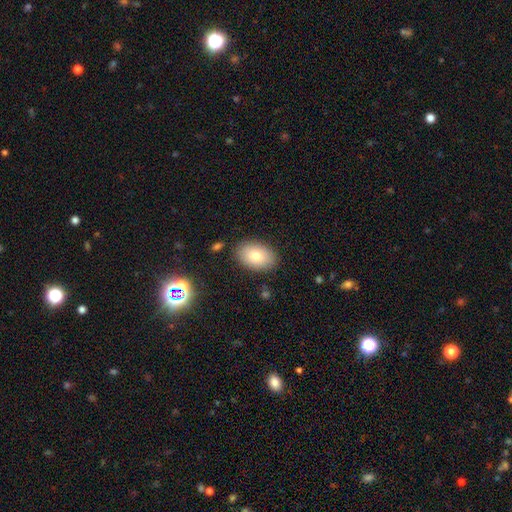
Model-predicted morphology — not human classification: smooth-or-featured: smooth: 78% | featured or disk: 13% | star or artifact: 9%
  how-rounded: in between: 83% | round: 16% | cigar-shaped: 1%
  merging: none: 86% | minor disturbance: 10% | major disturbance: 3% | merger: 2%